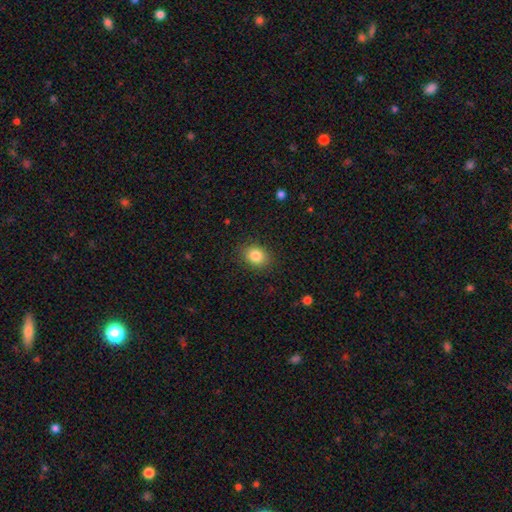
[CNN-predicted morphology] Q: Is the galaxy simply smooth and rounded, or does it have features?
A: smooth — 84%.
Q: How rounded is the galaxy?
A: round — 54%.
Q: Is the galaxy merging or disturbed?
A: none — 87%.